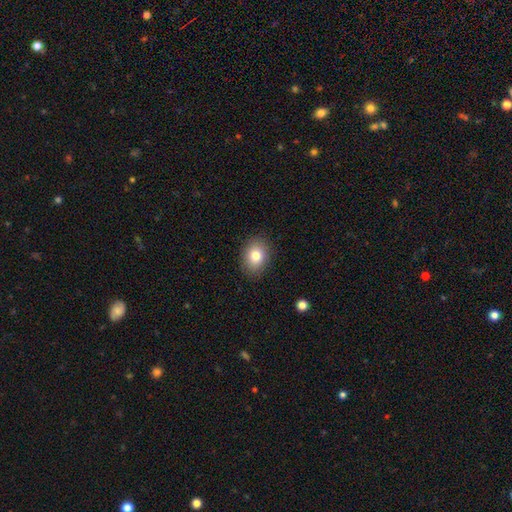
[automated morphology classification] The model was most divided on "how rounded": in between: 64%, round: 35%, cigar-shaped: 1%. More confident: merging — none (87%); smooth or featured — smooth (83%).